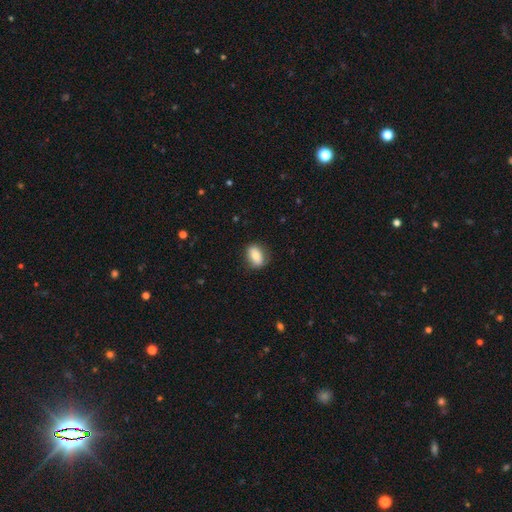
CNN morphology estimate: type=smooth (76%); roundness=in between (79%); merging=none (79%).